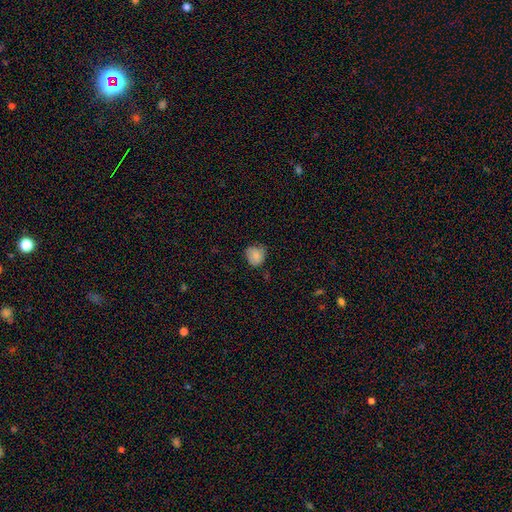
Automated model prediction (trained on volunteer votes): smooth 80%, featured or disk 11%, star or artifact 9%. Down the decision tree: how rounded — round (75%); merging — none (63%).